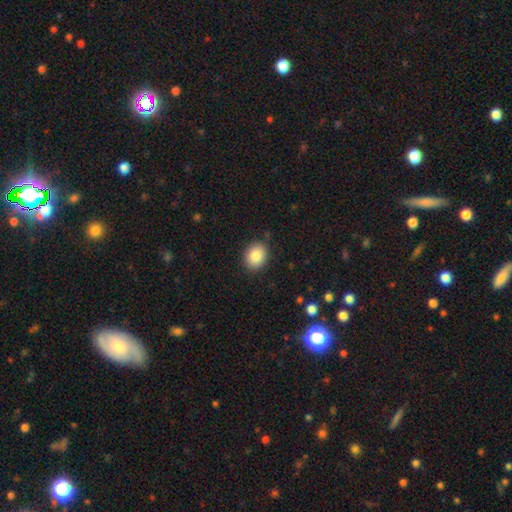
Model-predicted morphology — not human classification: A smooth galaxy with no disk features (86%) that is round (52%).

Vote fractions:
- Smooth or featured? smooth: 86% / star or artifact: 8% / featured or disk: 6%
- How rounded? round: 52% / in between: 47% / cigar-shaped: 1%
- Merging? none: 86% / minor disturbance: 10% / major disturbance: 2% / merger: 1%